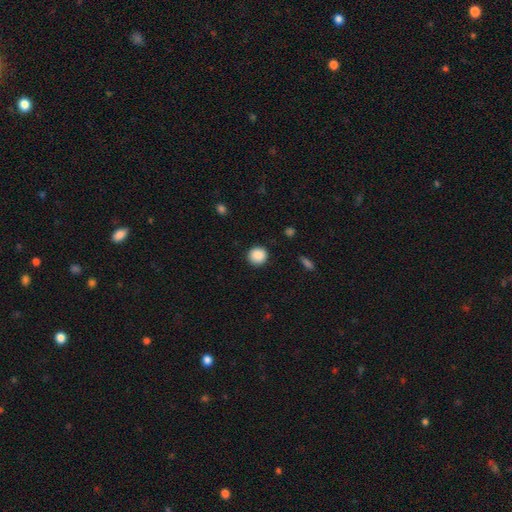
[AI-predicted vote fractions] This is clearly a smooth galaxy (88%). How rounded: clearly round (92%). Merging: clearly none (89%).